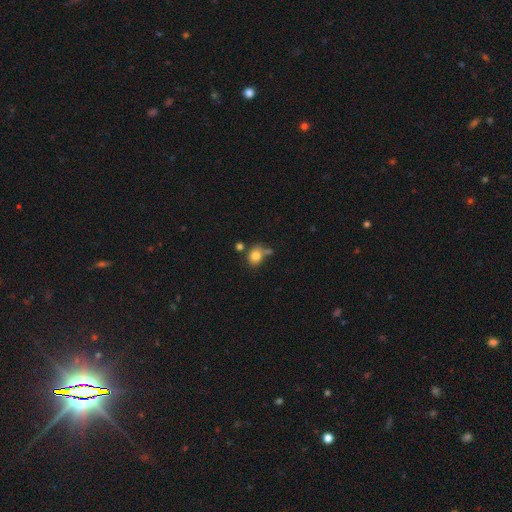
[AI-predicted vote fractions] Morphology: type=smooth (80%); roundness=round (62%); merging=none (56%).